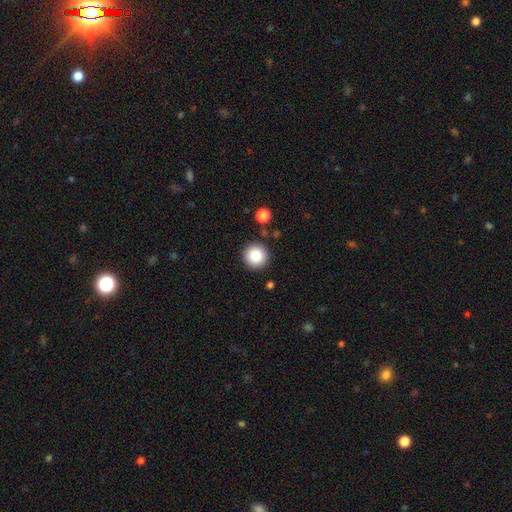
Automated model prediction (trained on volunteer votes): Smooth or featured? smooth (85%)
How rounded? round (96%)
Merging? none (89%)